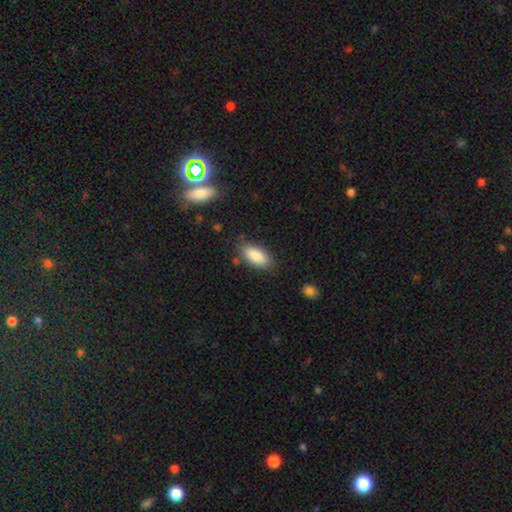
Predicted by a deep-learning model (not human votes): A smooth galaxy with no disk features (88%) that is in between round and cigar-shaped (90%).

Vote fractions:
- Smooth or featured? smooth: 88% / star or artifact: 7% / featured or disk: 5%
- How rounded? in between: 90% / cigar-shaped: 8% / round: 2%
- Merging? none: 81% / minor disturbance: 13% / major disturbance: 3% / merger: 2%